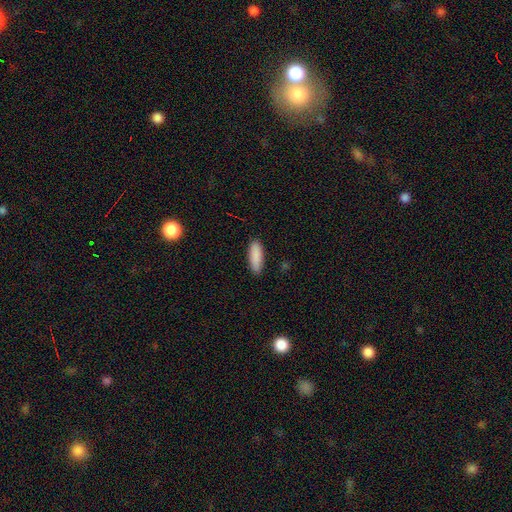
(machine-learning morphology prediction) This is clearly a smooth galaxy (89%). How rounded: possibly in between (59%). Merging: clearly none (88%).